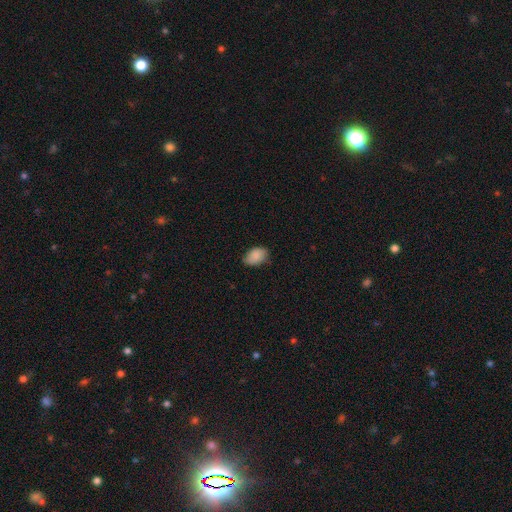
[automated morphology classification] This is clearly a smooth galaxy (85%). How rounded: clearly in between (85%). Merging: likely none (68%).